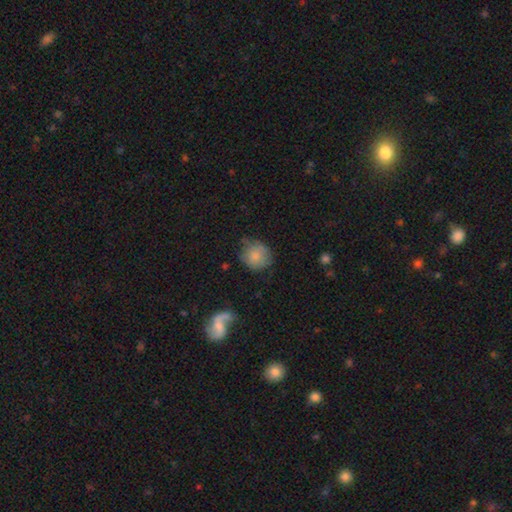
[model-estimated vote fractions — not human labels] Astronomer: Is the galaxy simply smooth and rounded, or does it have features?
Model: smooth — 80%.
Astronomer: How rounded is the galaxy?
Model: round — 86%.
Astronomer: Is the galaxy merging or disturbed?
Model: none — 66%.